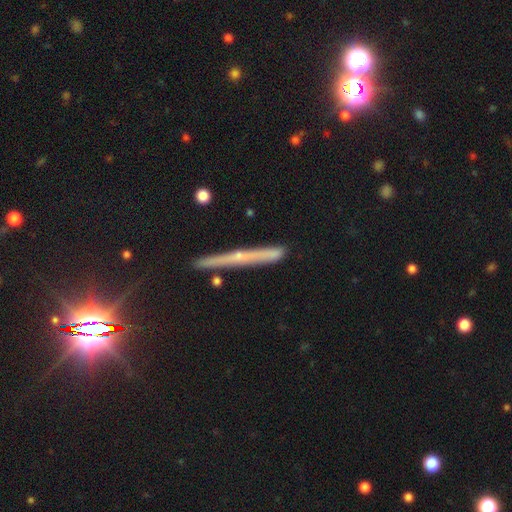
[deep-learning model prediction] Smooth or featured? featured or disk (58%)
Edge-on disk? yes (96%)
Edge-on bulge? none (53%)
Merging? none (85%)